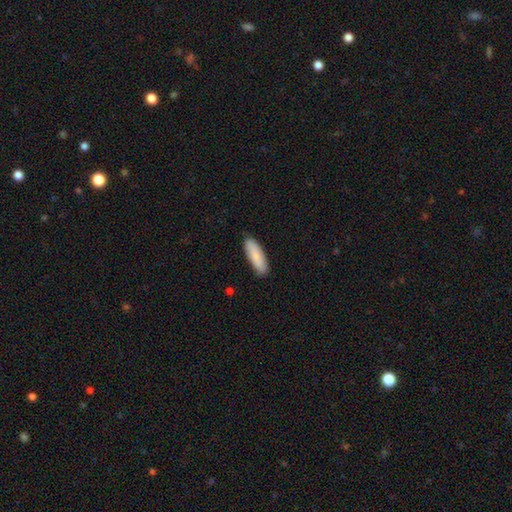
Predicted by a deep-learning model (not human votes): Smooth or featured? Predicted: smooth (p=0.84). How rounded? Predicted: in between (p=0.52). Merging? Predicted: none (p=0.88).